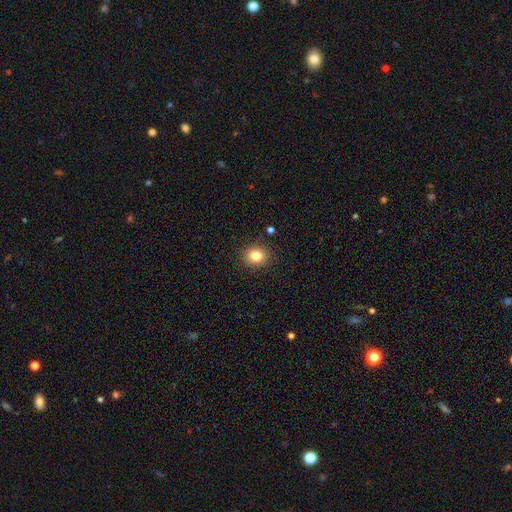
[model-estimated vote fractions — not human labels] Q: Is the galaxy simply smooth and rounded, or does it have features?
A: smooth — 82%.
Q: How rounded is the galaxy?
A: round — 75%.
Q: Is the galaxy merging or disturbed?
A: none — 89%.